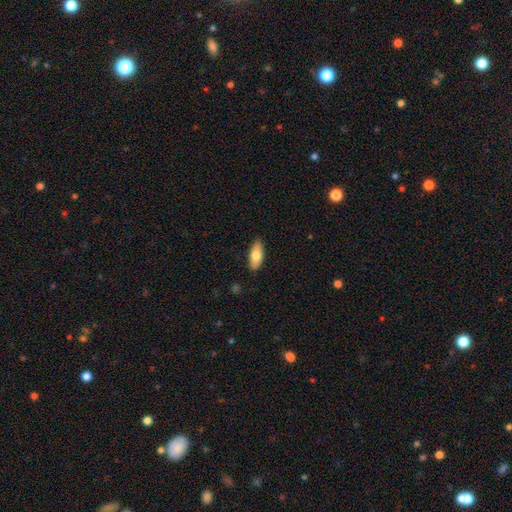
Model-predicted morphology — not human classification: Q: Smooth or featured?
A: smooth (74%); runner-up: featured or disk (20%)
Q: How rounded?
A: in between (80%); runner-up: cigar-shaped (17%)
Q: Merging?
A: none (86%); runner-up: minor disturbance (11%)